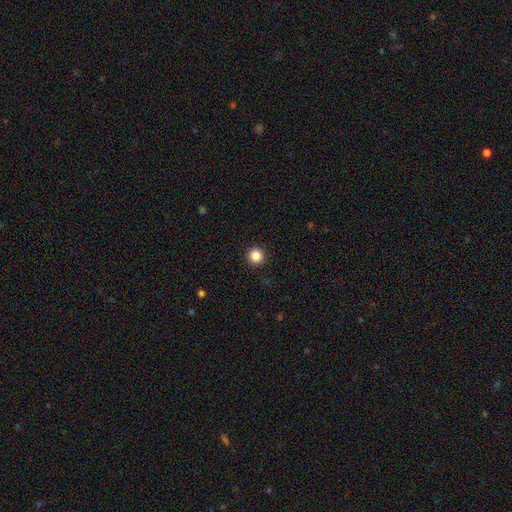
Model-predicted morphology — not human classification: smooth-or-featured: smooth: 86% | star or artifact: 11% | featured or disk: 4%
  how-rounded: round: 96% | in between: 3% | cigar-shaped: 1%
  merging: none: 93% | minor disturbance: 4% | major disturbance: 2% | merger: 1%